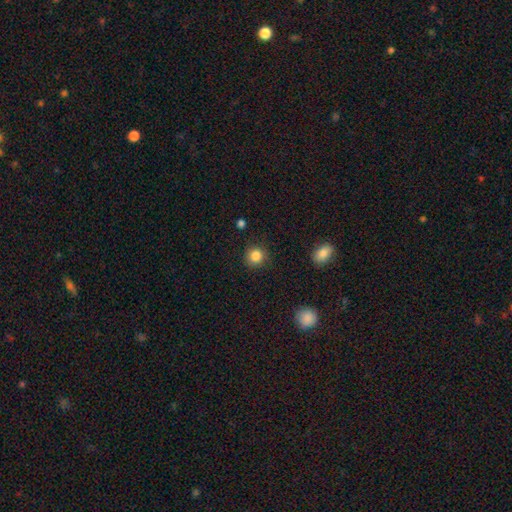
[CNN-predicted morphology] Smooth or featured? Predicted: smooth (p=0.85). How rounded? Predicted: round (p=0.91). Merging? Predicted: none (p=0.88).